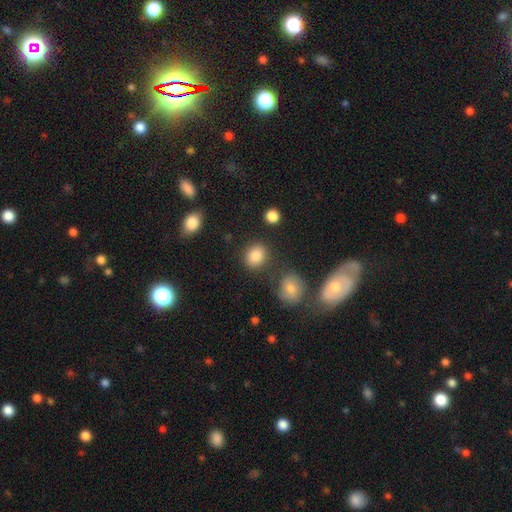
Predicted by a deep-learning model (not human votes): Smooth or featured? smooth (85%)
How rounded? round (64%)
Merging? none (78%)